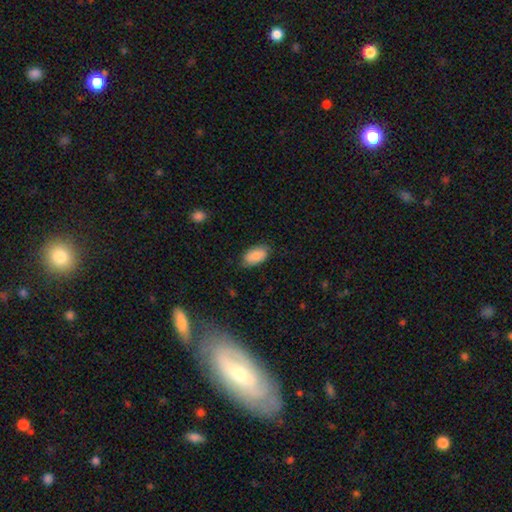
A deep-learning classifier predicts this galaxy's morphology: Smooth or featured? Predicted: smooth (p=0.85). How rounded? Predicted: in between (p=0.94). Merging? Predicted: none (p=0.74).